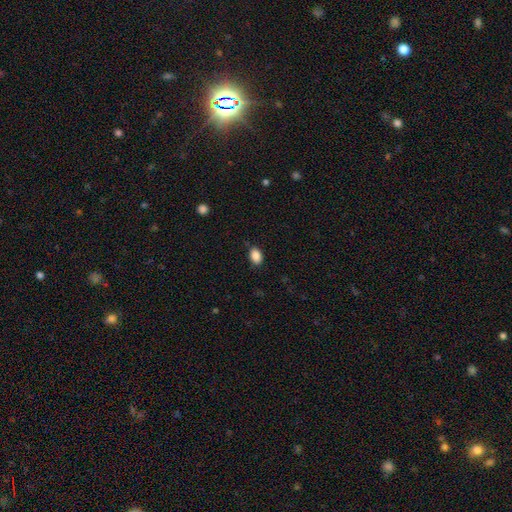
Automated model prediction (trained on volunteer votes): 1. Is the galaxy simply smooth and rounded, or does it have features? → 88% smooth, 8% star or artifact, 3% featured or disk.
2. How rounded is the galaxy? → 84% in between, 15% round, 1% cigar-shaped.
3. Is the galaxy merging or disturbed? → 83% none, 13% minor disturbance, 3% major disturbance, 1% merger.